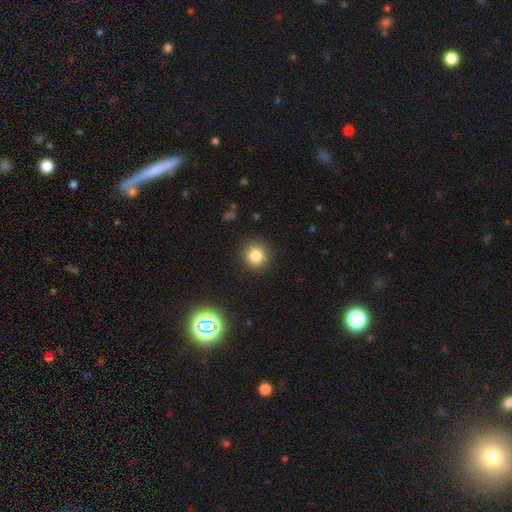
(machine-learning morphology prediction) smooth-or-featured: smooth: 82% | star or artifact: 12% | featured or disk: 5%
  how-rounded: round: 93% | in between: 6% | cigar-shaped: 1%
  merging: none: 90% | minor disturbance: 6% | major disturbance: 2% | merger: 1%